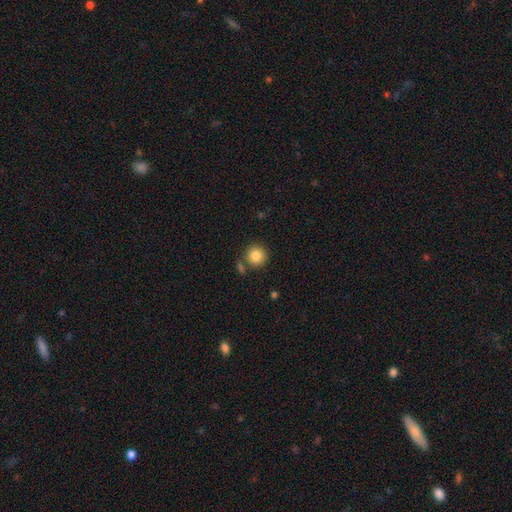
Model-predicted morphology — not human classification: type=smooth (84%); roundness=round (93%); merging=none (77%).